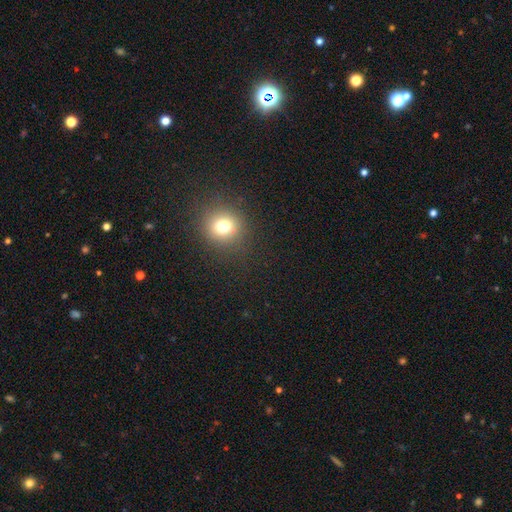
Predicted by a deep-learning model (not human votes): Morphology: type=smooth (61%); roundness=round (88%); merging=none (92%).